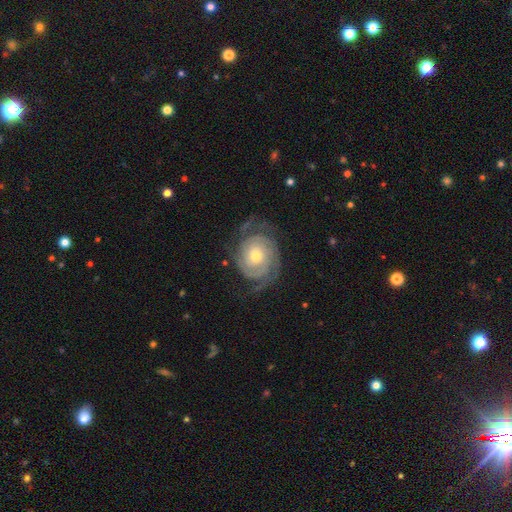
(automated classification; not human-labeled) The model was most divided on "bulge size": moderate: 50%, small: 45%, large: 3%, none: 1%, dominant: 1%. Remaining: edge-on disk — no (97%); spiral arms — yes (97%); smooth or featured — featured or disk (89%); bar — no (76%); spiral winding — tight (72%); merging — none (72%); spiral arm count — 2 (42%).